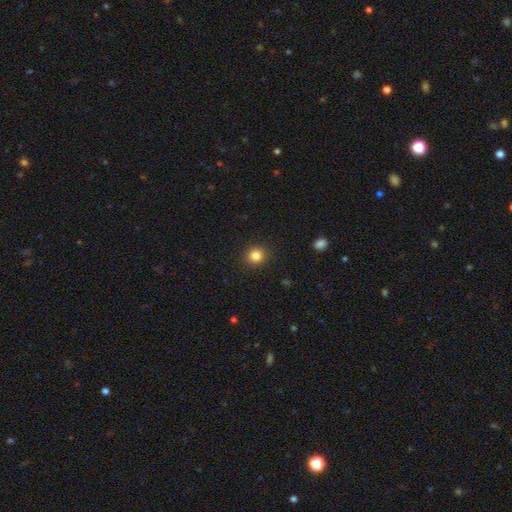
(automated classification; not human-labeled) Smooth or featured? Predicted: smooth (p=0.84). How rounded? Predicted: round (p=0.89). Merging? Predicted: none (p=0.91).